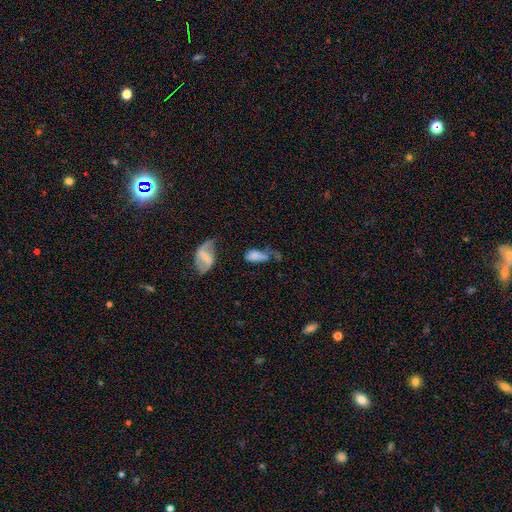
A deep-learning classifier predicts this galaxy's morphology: smooth 60%, featured or disk 31%, star or artifact 10%. Down the decision tree: how rounded — in between (84%); merging — major disturbance (32%).